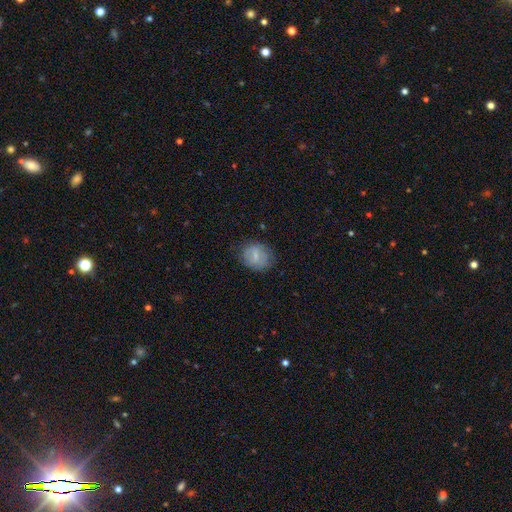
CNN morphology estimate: Overall: smooth (68%). How rounded: round (61%; in between 38%). Merging: none (75%).